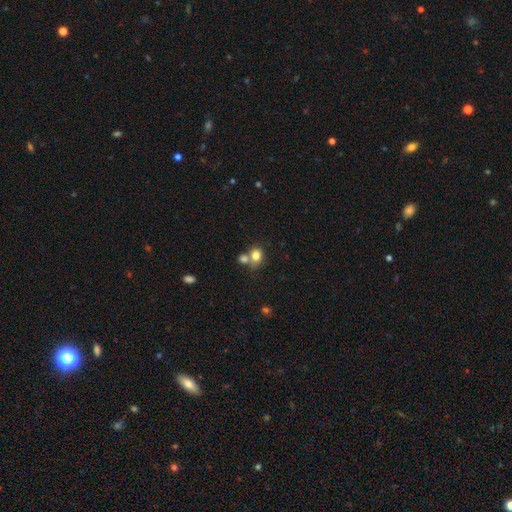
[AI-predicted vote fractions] Morphology: type=smooth (80%); roundness=round (57%); merging=none (45%).